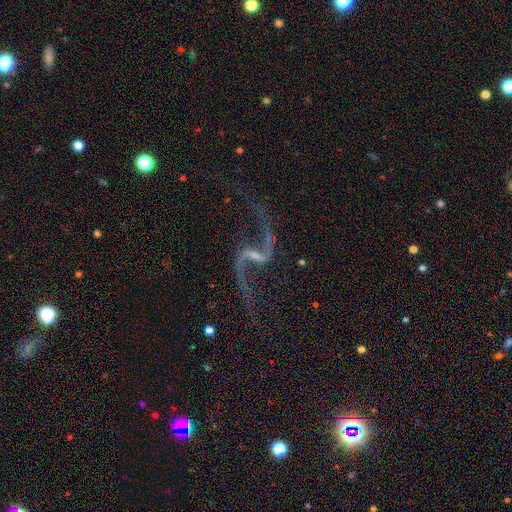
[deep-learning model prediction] featured or disk 92%, star or artifact 5%, smooth 3%. Down the decision tree: edge-on disk — no (97%); bar — weak (43%); spiral arms — yes (97%); spiral arm count — 2 (94%); spiral winding — loose (92%); bulge size — small (50%); merging — none (70%).